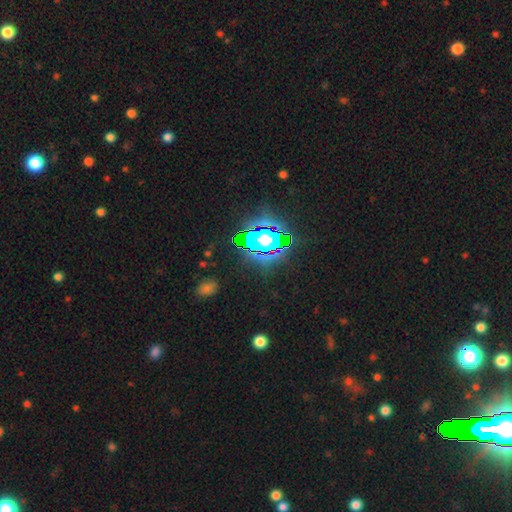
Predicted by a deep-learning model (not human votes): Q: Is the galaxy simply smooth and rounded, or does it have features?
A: star or artifact — 83%.